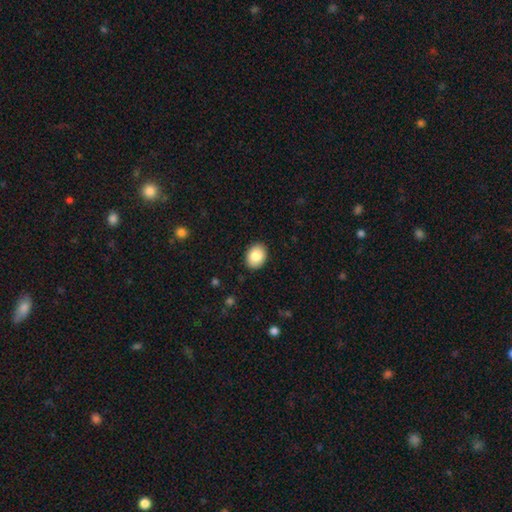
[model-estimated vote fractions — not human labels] Overall: smooth (86%). How rounded: in between (59%; round 40%). Merging: none (89%).